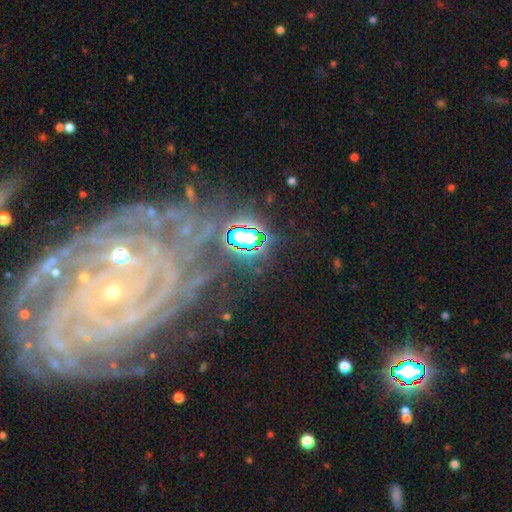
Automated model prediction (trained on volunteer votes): Smooth or featured?
  - featured or disk: 82% *
  - star or artifact: 12%
  - smooth: 6%
Edge-on disk?
  - no: 96% *
  - yes: 4%
Bar?
  - no: 71% *
  - weak: 17%
  - strong: 13%
Spiral arms?
  - yes: 98% *
  - no: 2%
Spiral winding?
  - tight: 85% *
  - medium: 12%
  - loose: 3%
Spiral arm count?
  - more than 4: 25% *
  - can't tell: 20%
  - 4: 18%
  - 3: 15%
  - 2: 13%
  - 1: 10%
Bulge size?
  - small: 86% *
  - moderate: 9%
  - none: 2%
  - large: 2%
  - dominant: 1%
Merging?
  - none: 74% *
  - minor disturbance: 15%
  - major disturbance: 7%
  - merger: 4%